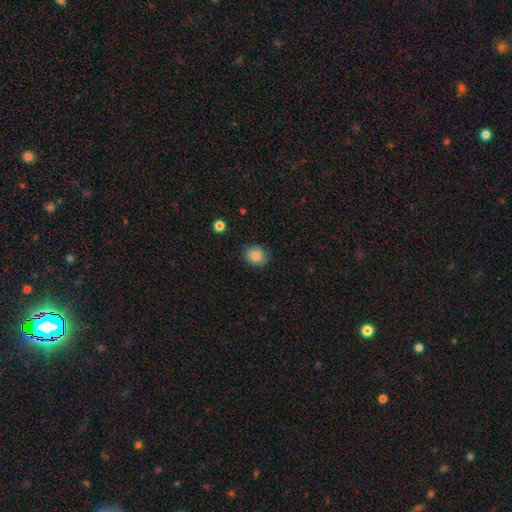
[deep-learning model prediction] smooth-or-featured: smooth: 85% | star or artifact: 9% | featured or disk: 6%
  how-rounded: round: 76% | in between: 23% | cigar-shaped: 1%
  merging: none: 85% | minor disturbance: 12% | major disturbance: 3% | merger: 1%